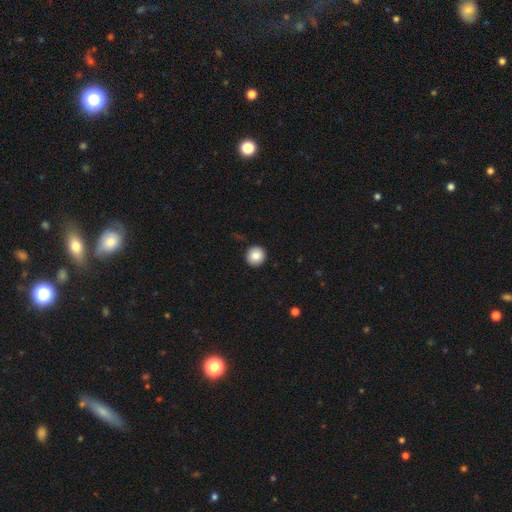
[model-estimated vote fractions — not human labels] smooth-or-featured: smooth: 84% | star or artifact: 8% | featured or disk: 8%
  how-rounded: round: 96% | in between: 3% | cigar-shaped: 1%
  merging: none: 93% | minor disturbance: 5% | major disturbance: 1% | merger: 1%